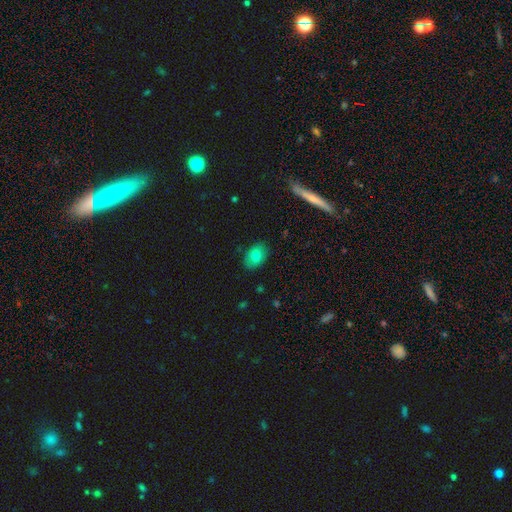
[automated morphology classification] This appears to be a smooth galaxy with no disk features (79%) that is in between round and cigar-shaped (83%). Merging: none (86%).